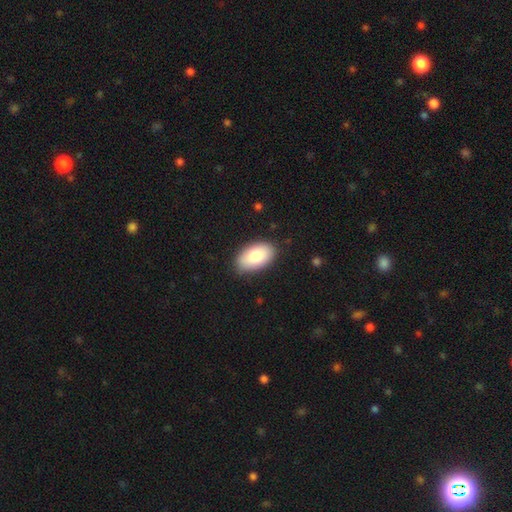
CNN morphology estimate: Smooth or featured?
  - smooth: 82% *
  - featured or disk: 12%
  - star or artifact: 6%
How rounded?
  - in between: 94% *
  - round: 4%
  - cigar-shaped: 1%
Merging?
  - none: 87% *
  - minor disturbance: 10%
  - major disturbance: 2%
  - merger: 1%